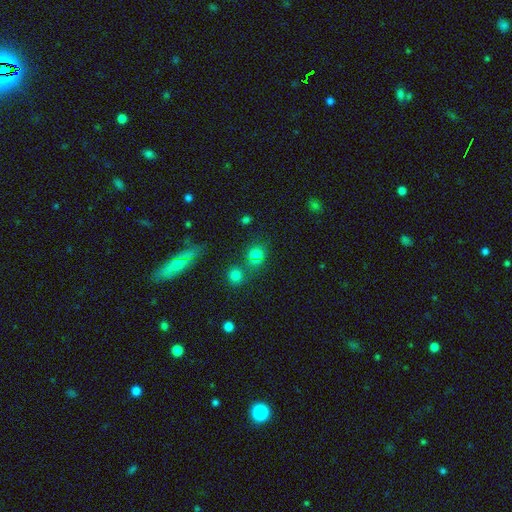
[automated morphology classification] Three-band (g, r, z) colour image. It shows a smooth galaxy with no disk features (75%) that is round (75%). Merging: none (59%).